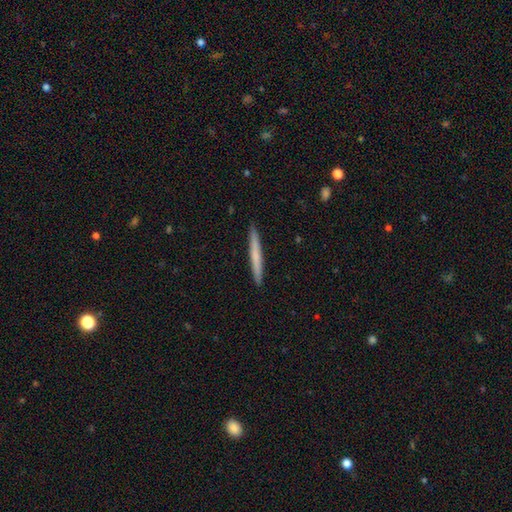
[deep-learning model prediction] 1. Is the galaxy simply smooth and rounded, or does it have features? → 63% smooth, 32% featured or disk, 5% star or artifact.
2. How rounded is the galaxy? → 97% cigar-shaped, 2% in between, 1% round.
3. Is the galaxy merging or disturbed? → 93% none, 5% minor disturbance, 1% major disturbance, 1% merger.